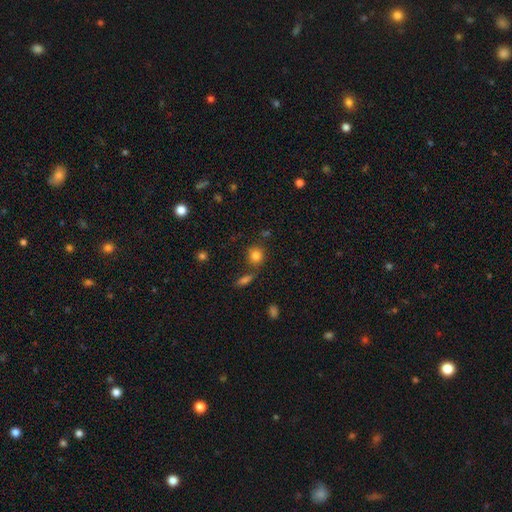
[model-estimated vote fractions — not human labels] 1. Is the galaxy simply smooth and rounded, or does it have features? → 82% smooth, 11% star or artifact, 7% featured or disk.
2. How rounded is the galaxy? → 81% round, 18% in between, 1% cigar-shaped.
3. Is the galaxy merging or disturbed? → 73% none, 12% minor disturbance, 11% merger, 4% major disturbance.